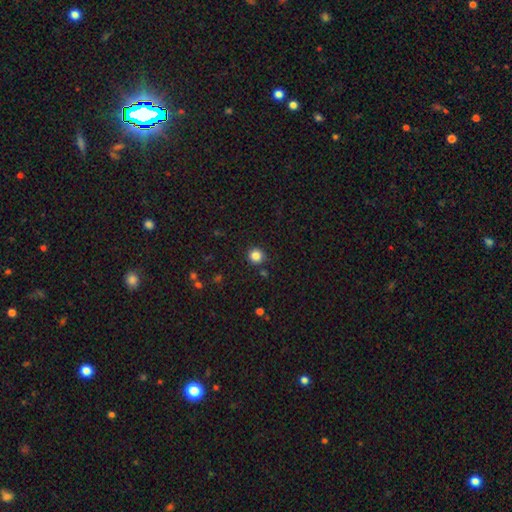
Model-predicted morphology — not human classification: Smooth or featured?
  - smooth: 84% *
  - star or artifact: 12%
  - featured or disk: 4%
How rounded?
  - round: 94% *
  - in between: 5%
  - cigar-shaped: 1%
Merging?
  - none: 89% *
  - minor disturbance: 7%
  - merger: 2%
  - major disturbance: 2%